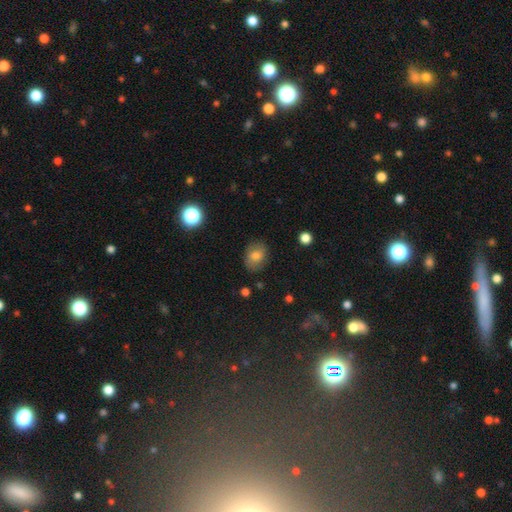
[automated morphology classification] smooth-or-featured: smooth: 77% | featured or disk: 13% | star or artifact: 10%
  how-rounded: in between: 64% | round: 35% | cigar-shaped: 1%
  merging: none: 81% | minor disturbance: 14% | major disturbance: 4% | merger: 1%